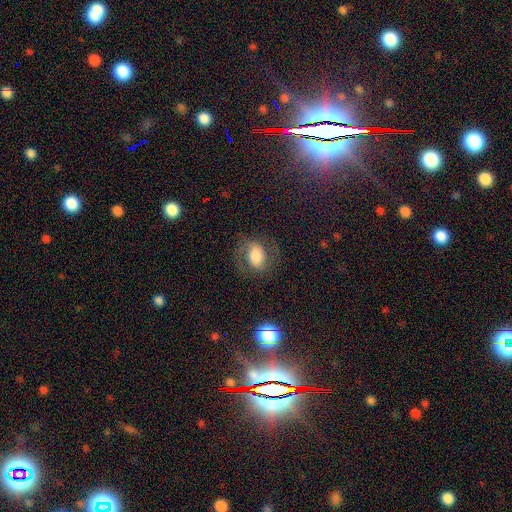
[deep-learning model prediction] Smooth or featured? featured or disk (55%)
Edge-on disk? no (96%)
Bar? no (42%)
Spiral arms? yes (87%)
Bulge size? large (42%)
Merging? none (74%)